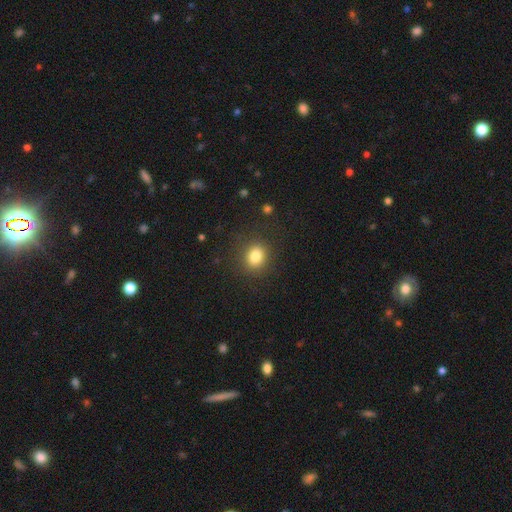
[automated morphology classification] type=smooth (82%); roundness=round (67%); merging=none (85%).